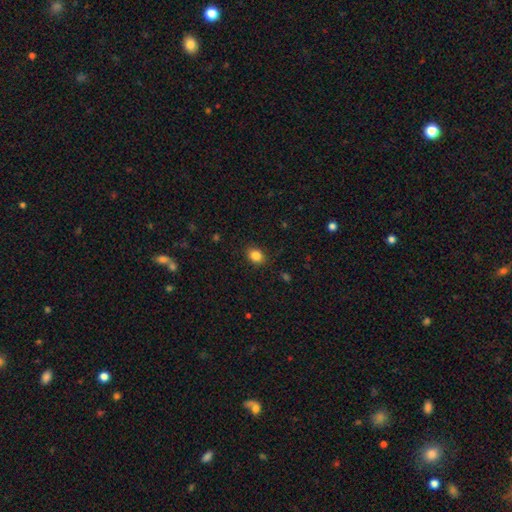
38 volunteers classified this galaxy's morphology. smooth 82%, star or artifact 11%, featured or disk 8%. Down the decision tree: how rounded — in between (74%); merging — none (71%).